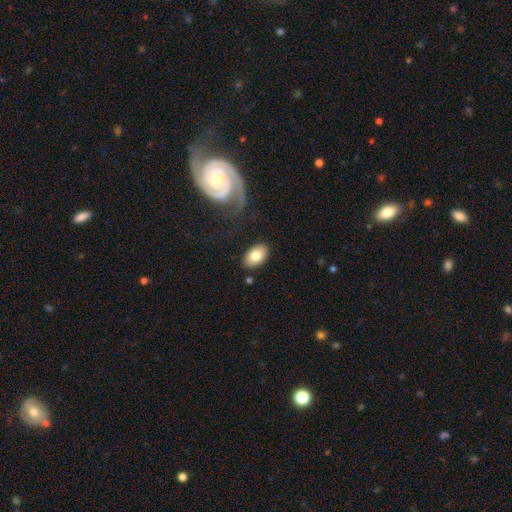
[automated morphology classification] Q: Smooth or featured?
A: smooth (79%); runner-up: featured or disk (15%)
Q: How rounded?
A: in between (91%); runner-up: round (8%)
Q: Merging?
A: none (84%); runner-up: minor disturbance (10%)